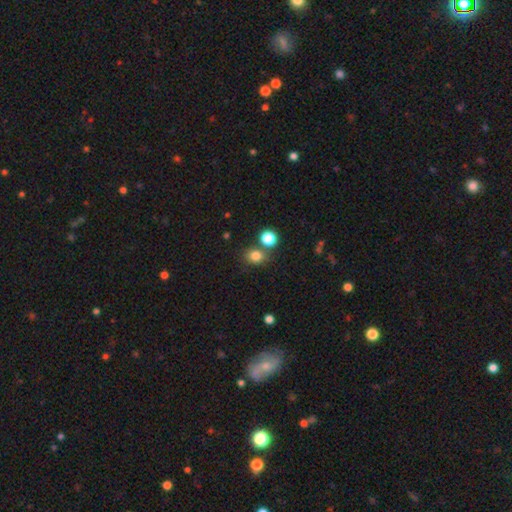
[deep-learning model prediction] The model was most divided on "how rounded": round: 65%, in between: 34%, cigar-shaped: 1%. More confident: smooth or featured — smooth (80%); merging — none (70%).